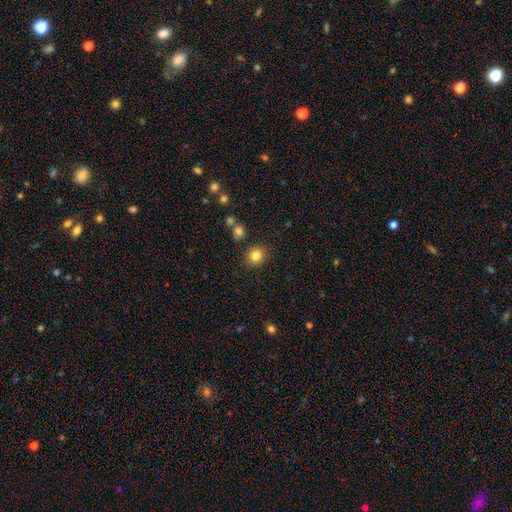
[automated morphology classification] Smooth or featured?
  - smooth: 83% *
  - star or artifact: 11%
  - featured or disk: 6%
How rounded?
  - round: 76% *
  - in between: 23%
  - cigar-shaped: 1%
Merging?
  - none: 86% *
  - minor disturbance: 9%
  - merger: 3%
  - major disturbance: 3%